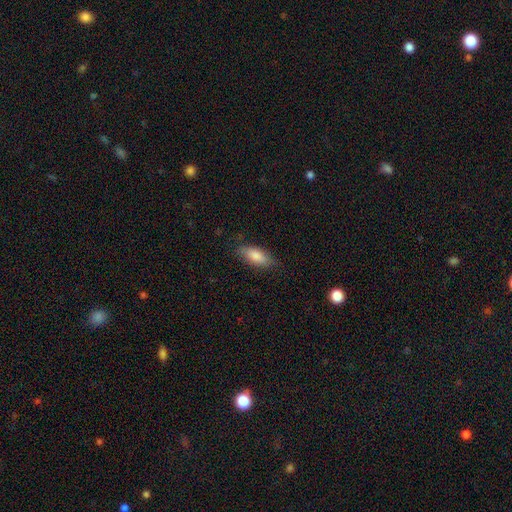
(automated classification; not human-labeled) A smooth galaxy with no disk features (83%) that is in between round and cigar-shaped (81%).

Vote fractions:
- Smooth or featured? smooth: 83% / featured or disk: 11% / star or artifact: 6%
- How rounded? in between: 81% / cigar-shaped: 17% / round: 2%
- Merging? none: 77% / minor disturbance: 18% / major disturbance: 4% / merger: 1%